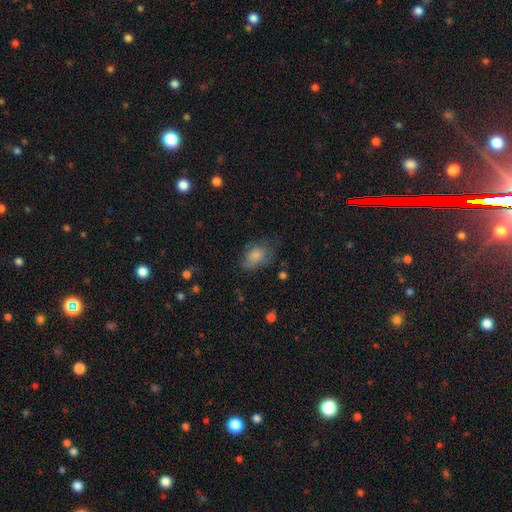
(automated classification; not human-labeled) Morphology: type=smooth (77%); roundness=in between (73%); merging=none (49%).